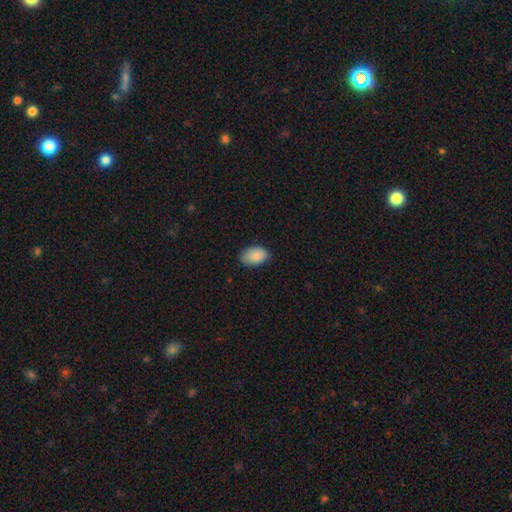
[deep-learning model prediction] Morphology: type=smooth (87%); roundness=in between (91%); merging=none (82%).